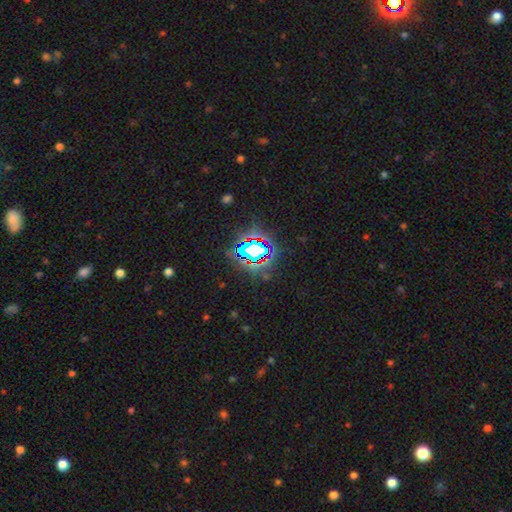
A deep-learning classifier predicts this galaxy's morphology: Smooth or featured? star or artifact (72%)